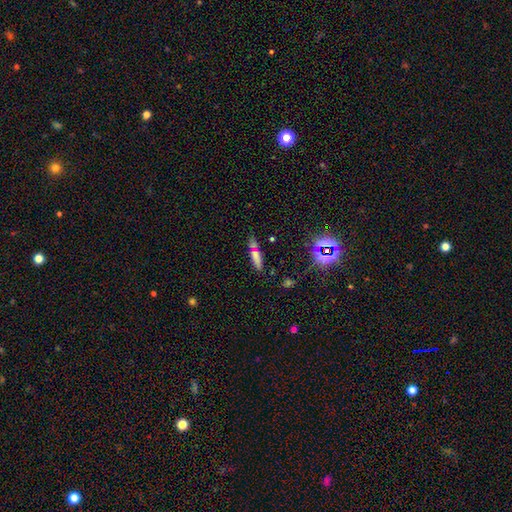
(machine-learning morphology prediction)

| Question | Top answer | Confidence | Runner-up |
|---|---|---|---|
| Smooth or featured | smooth | 65% | star or artifact (19%) |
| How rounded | cigar-shaped | 69% | in between (27%) |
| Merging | none | 64% | minor disturbance (16%) |